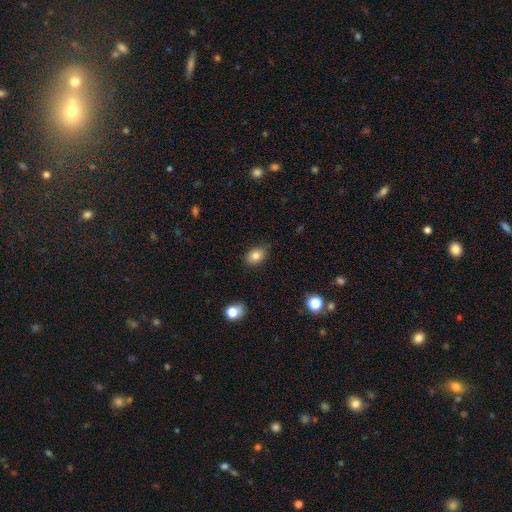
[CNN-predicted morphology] Smooth or featured?
  - smooth: 83% *
  - star or artifact: 10%
  - featured or disk: 7%
How rounded?
  - in between: 68% *
  - round: 31%
  - cigar-shaped: 1%
Merging?
  - none: 83% *
  - minor disturbance: 13%
  - major disturbance: 2%
  - merger: 1%